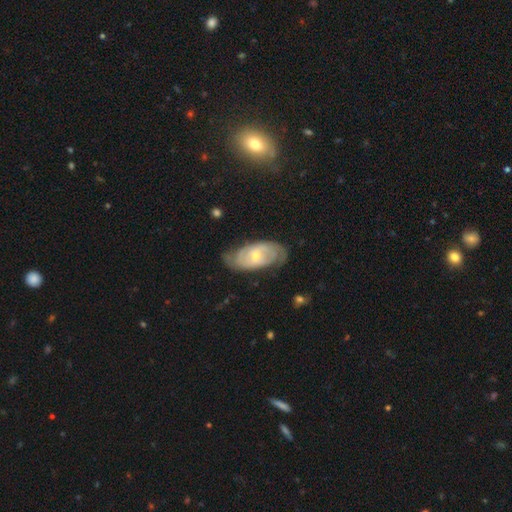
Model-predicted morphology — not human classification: A featured or disk galaxy (72%) with no bar (54%), 2 (54%) tight (54%) spiral arms (83%) and a moderate central bulge (49%).

Vote fractions:
- Smooth or featured? featured or disk: 72% / smooth: 23% / star or artifact: 6%
- Edge-on disk? no: 93% / yes: 7%
- Bar? no: 54% / weak: 37% / strong: 9%
- Spiral arms? yes: 83% / no: 17%
- Spiral winding? tight: 54% / medium: 33% / loose: 13%
- Spiral arm count? 2: 54% / can't tell: 33% / 3: 5% / 1: 4% / 4: 2% / more than 4: 2%
- Bulge size? moderate: 49% / small: 47% / large: 2% / none: 1% / dominant: 1%
- Merging? none: 64% / minor disturbance: 25% / major disturbance: 9% / merger: 2%